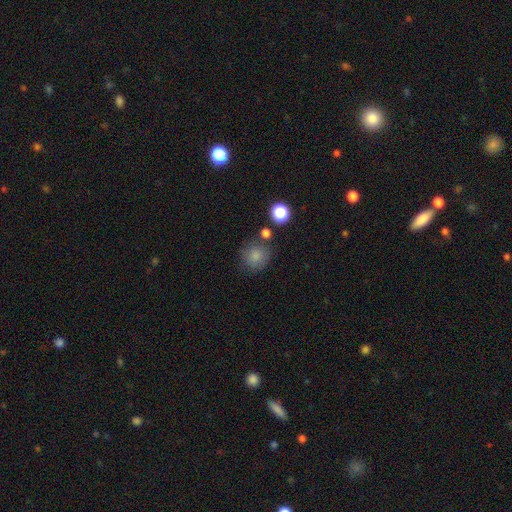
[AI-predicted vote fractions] This appears to be a smooth galaxy with no disk features (82%) that is round (88%). Merging: none (74%).